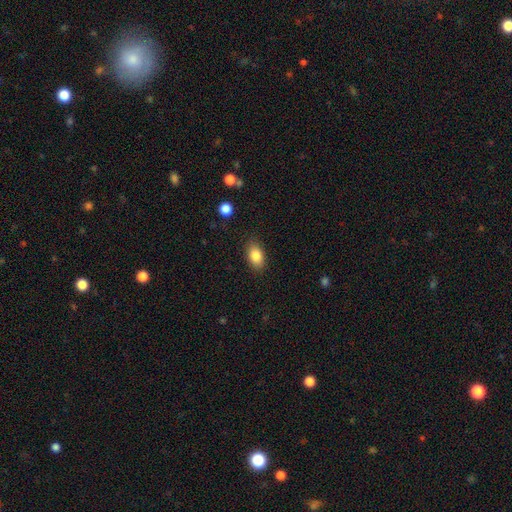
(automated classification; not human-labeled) Smooth or featured? smooth (85%)
How rounded? in between (87%)
Merging? none (85%)